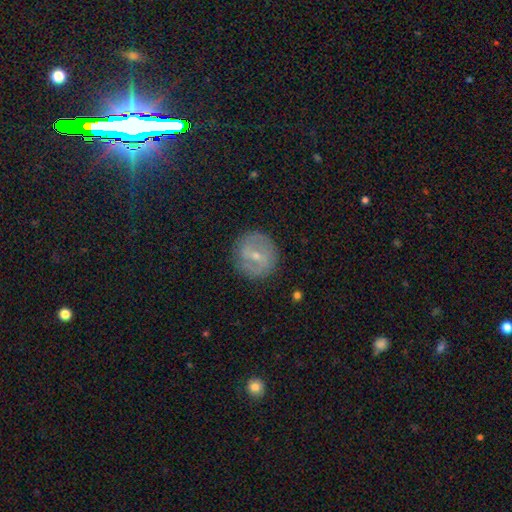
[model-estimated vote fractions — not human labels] Smooth or featured?
  - featured or disk: 60% *
  - smooth: 31%
  - star or artifact: 9%
Edge-on disk?
  - no: 95% *
  - yes: 5%
Bar?
  - weak: 47% *
  - strong: 32%
  - no: 21%
Spiral arms?
  - yes: 58% *
  - no: 42%
Bulge size?
  - small: 67% *
  - moderate: 29%
  - none: 2%
  - large: 1%
  - dominant: 1%
Merging?
  - none: 85% *
  - minor disturbance: 10%
  - major disturbance: 4%
  - merger: 1%